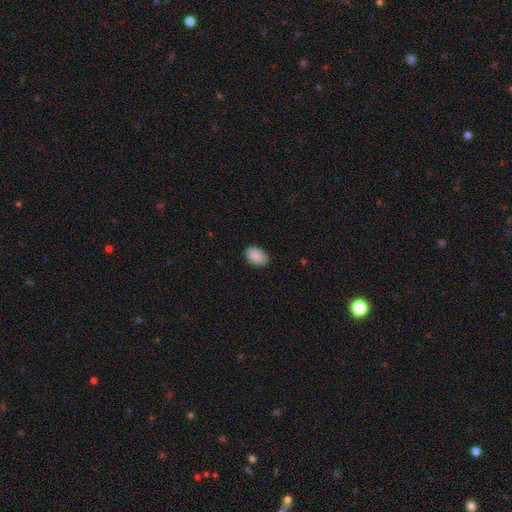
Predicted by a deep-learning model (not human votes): Q: Smooth or featured?
A: smooth (90%); runner-up: star or artifact (6%)
Q: How rounded?
A: in between (92%); runner-up: round (7%)
Q: Merging?
A: none (87%); runner-up: minor disturbance (10%)